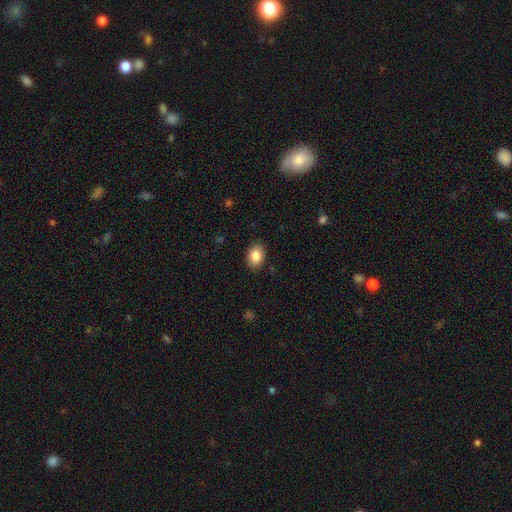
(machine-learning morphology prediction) Overall: smooth (86%). How rounded: in between (74%). Merging: none (88%).